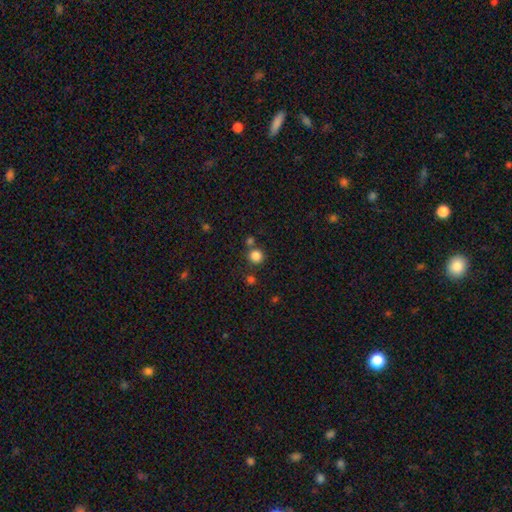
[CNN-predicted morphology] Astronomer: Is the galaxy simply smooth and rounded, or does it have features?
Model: smooth — 83%.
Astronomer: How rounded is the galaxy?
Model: round — 93%.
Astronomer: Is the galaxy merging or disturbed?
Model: none — 76%.